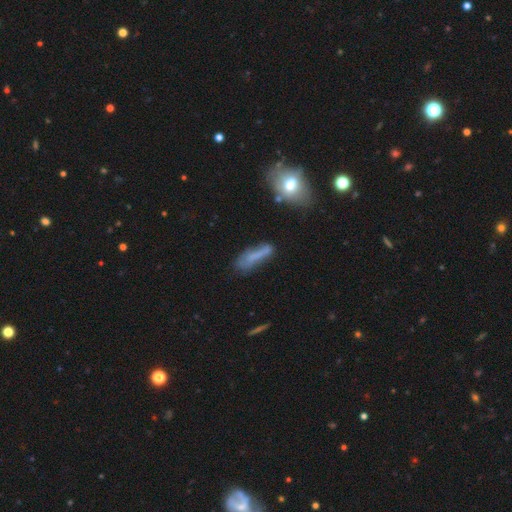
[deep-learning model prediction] This is likely a smooth galaxy (61%). How rounded: likely cigar-shaped (65%). Merging: possibly none (50%).